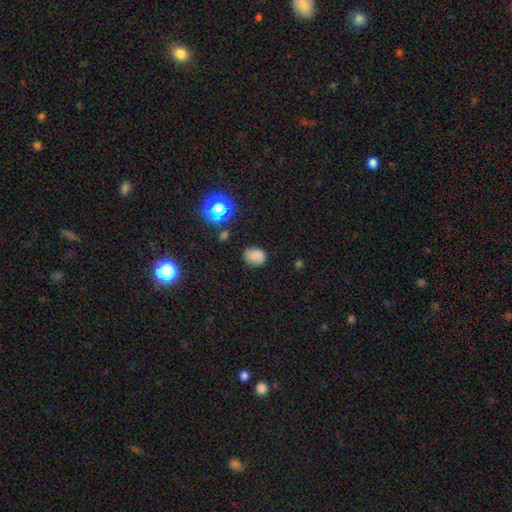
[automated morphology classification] Smooth or featured: smooth — 80% (star or artifact — 12%)
How rounded: in between — 57% (round — 42%)
Merging: none — 75% (minor disturbance — 18%)